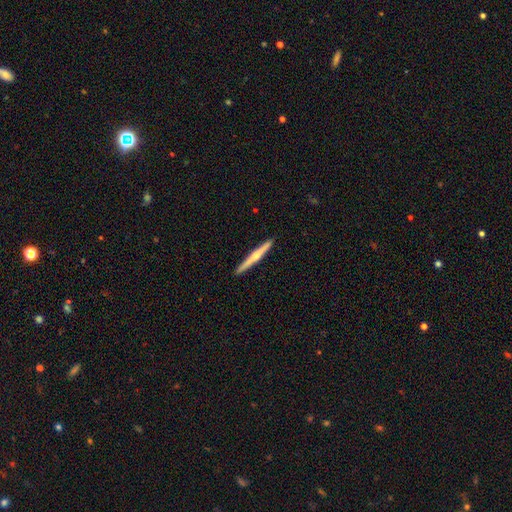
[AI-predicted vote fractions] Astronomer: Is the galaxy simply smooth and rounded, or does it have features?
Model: featured or disk — 65%.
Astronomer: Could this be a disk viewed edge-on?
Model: yes — 98%.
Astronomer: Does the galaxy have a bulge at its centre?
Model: rounded — 81%.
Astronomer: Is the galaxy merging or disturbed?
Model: none — 93%.